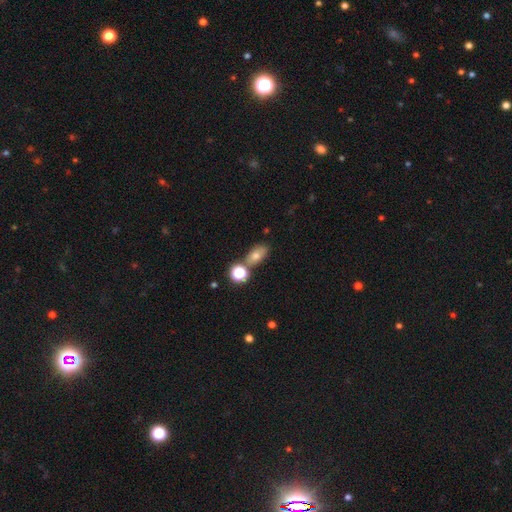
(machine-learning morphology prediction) smooth 68%, star or artifact 16%, featured or disk 16%. Down the decision tree: how rounded — in between (79%); merging — none (66%).